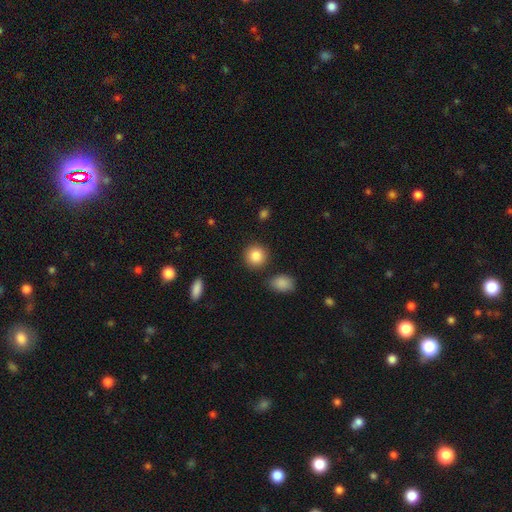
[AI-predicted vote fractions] This is clearly a smooth galaxy (88%). How rounded: clearly round (89%). Merging: clearly none (85%).